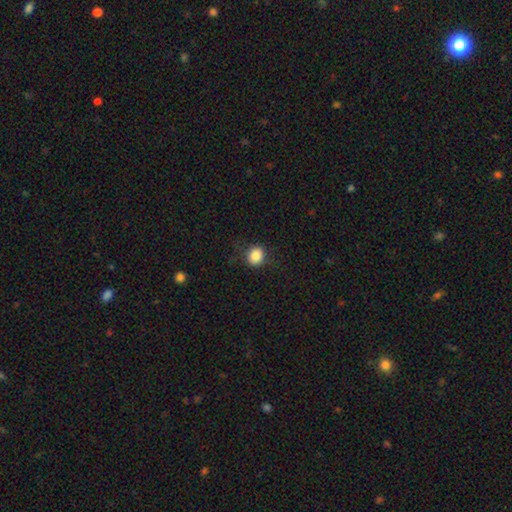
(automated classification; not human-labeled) Q: Smooth or featured?
A: smooth (85%); runner-up: star or artifact (10%)
Q: How rounded?
A: round (76%); runner-up: in between (23%)
Q: Merging?
A: none (82%); runner-up: minor disturbance (12%)